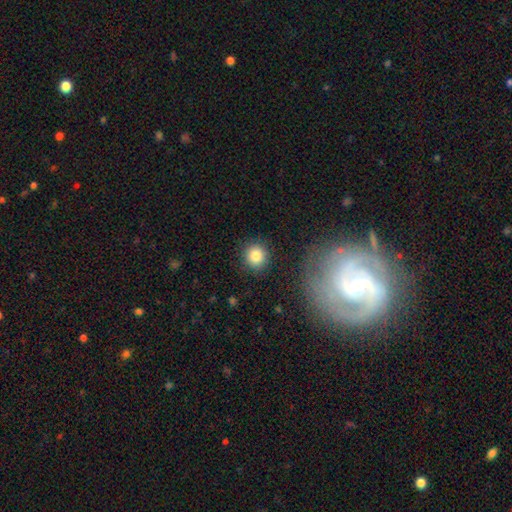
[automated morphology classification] The model was most divided on "smooth or featured": smooth: 85%, star or artifact: 10%, featured or disk: 5%. More confident: how rounded — round (90%); merging — none (89%).